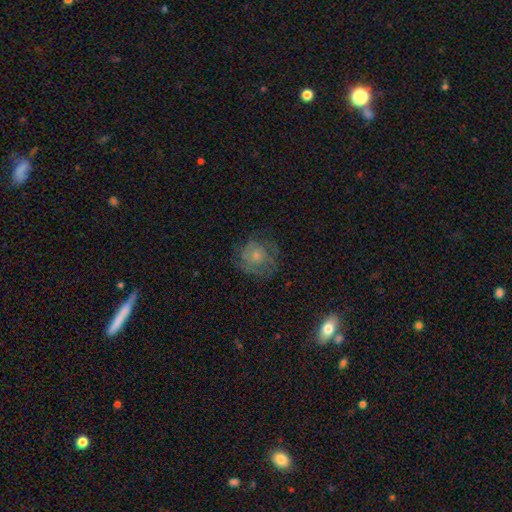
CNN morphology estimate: This is possibly a featured or disk galaxy (46%). Merging: likely none (63%).